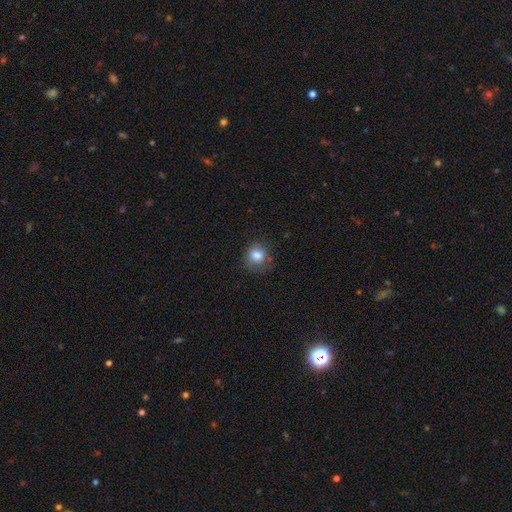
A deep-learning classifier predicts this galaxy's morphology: The model was most divided on "merging": none: 71%, minor disturbance: 20%, major disturbance: 7%, merger: 2%. More confident: smooth or featured — smooth (81%); how rounded — round (76%).